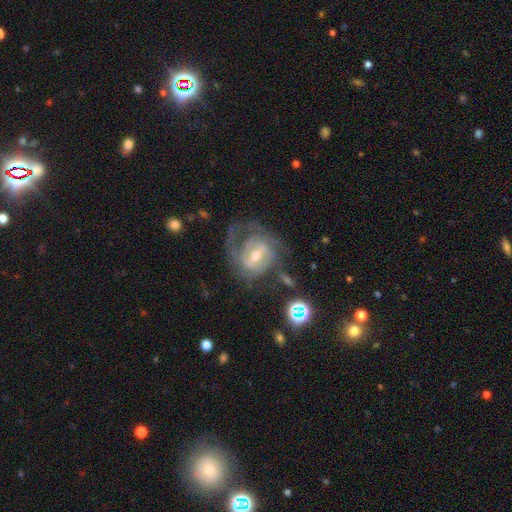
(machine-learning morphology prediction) This is likely a featured or disk galaxy (79%). It is clearly not viewed edge-on (97%). Bar: possibly weak (49%). Spiral arm pattern: clearly yes (86%). Spiral arm count: marginally 2 (42%). Spiral winding: marginally medium (43%). Central bulge: possibly moderate (52%). Merging: possibly none (46%).